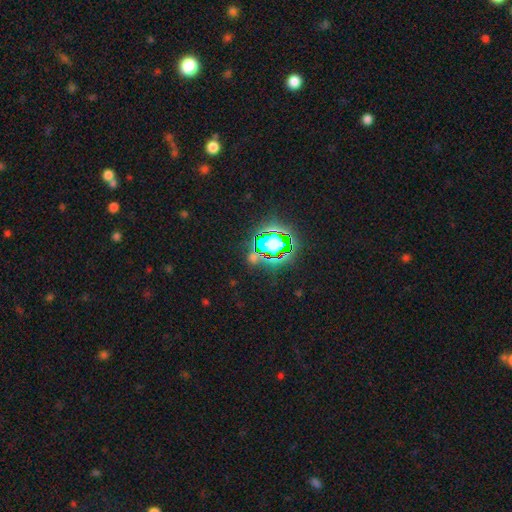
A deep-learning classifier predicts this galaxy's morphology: Smooth or featured?
  - star or artifact: 74% *
  - smooth: 17%
  - featured or disk: 10%